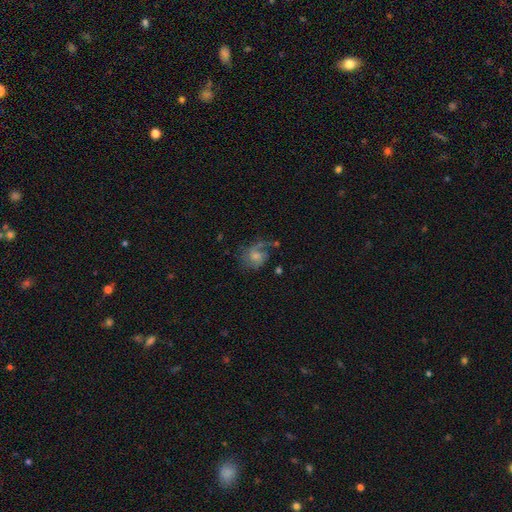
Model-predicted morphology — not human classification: featured or disk 60%, smooth 31%, star or artifact 9%. Down the decision tree: edge-on disk — no (98%); bar — no (68%); spiral arms — yes (84%); bulge size — moderate (40%); merging — none (40%).